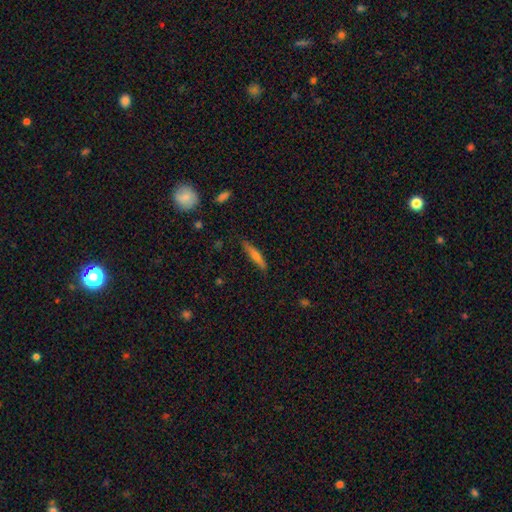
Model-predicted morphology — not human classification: A smooth galaxy with no disk features (55%) that is cigar-shaped (88%). Merging: none (85%).